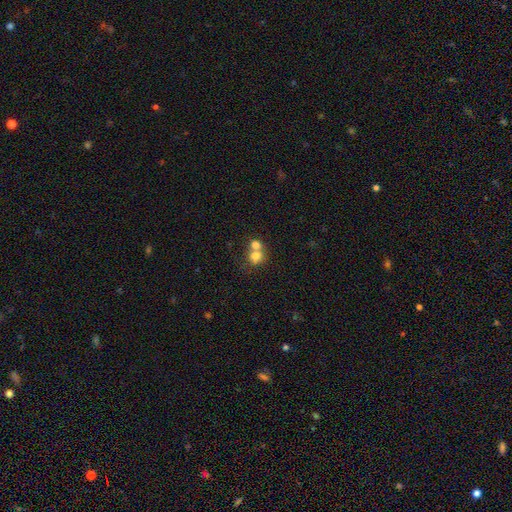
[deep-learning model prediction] smooth-or-featured: smooth: 74% | featured or disk: 16% | star or artifact: 10%
  how-rounded: round: 78% | in between: 21% | cigar-shaped: 1%
  merging: merger: 63% | none: 29% | minor disturbance: 5% | major disturbance: 3%